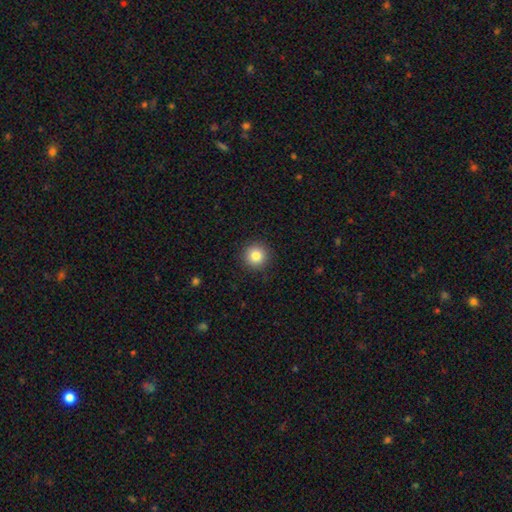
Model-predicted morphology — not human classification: Overall: smooth (83%). How rounded: round (95%). Merging: none (92%).